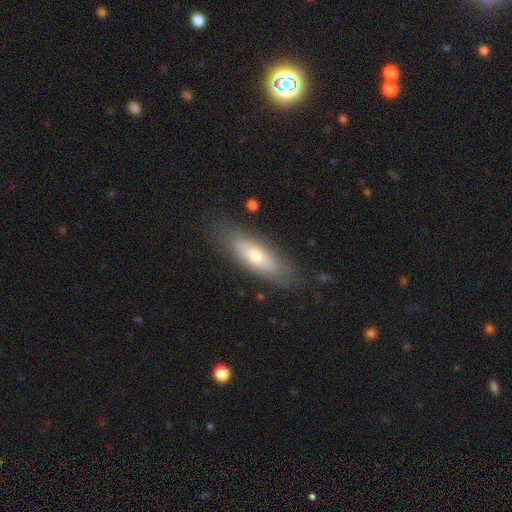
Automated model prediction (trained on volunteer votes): This appears to be a smooth galaxy with no disk features (52%) that is in between round and cigar-shaped (51%). Merging: none (83%).